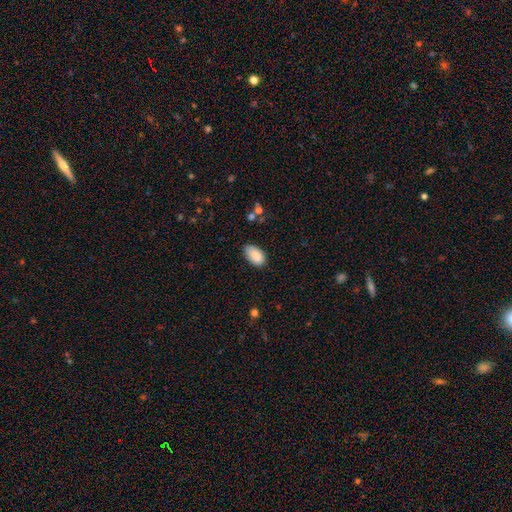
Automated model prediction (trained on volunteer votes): Morphology: type=smooth (88%); roundness=in between (95%); merging=none (77%).